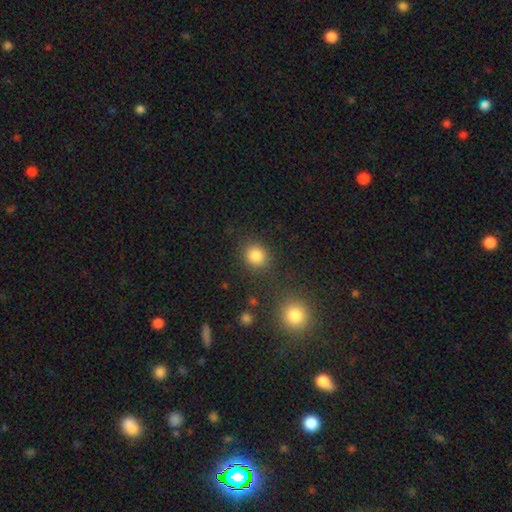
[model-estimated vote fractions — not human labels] Smooth or featured? smooth (85%)
How rounded? round (80%)
Merging? none (82%)